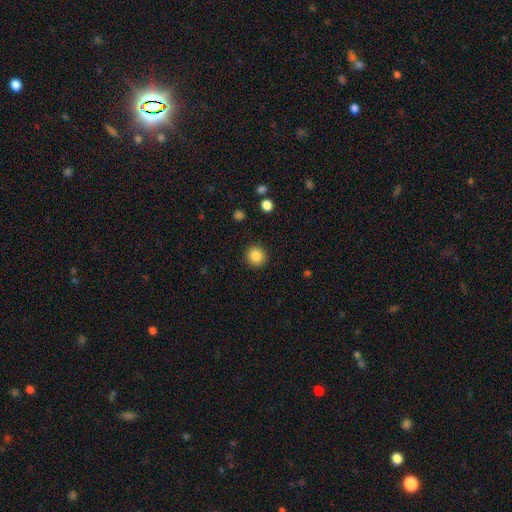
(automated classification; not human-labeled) A smooth galaxy with no disk features (85%) that is round (90%).

Vote fractions:
- Smooth or featured? smooth: 85% / star or artifact: 10% / featured or disk: 5%
- How rounded? round: 90% / in between: 9% / cigar-shaped: 1%
- Merging? none: 91% / minor disturbance: 6% / major disturbance: 2% / merger: 1%